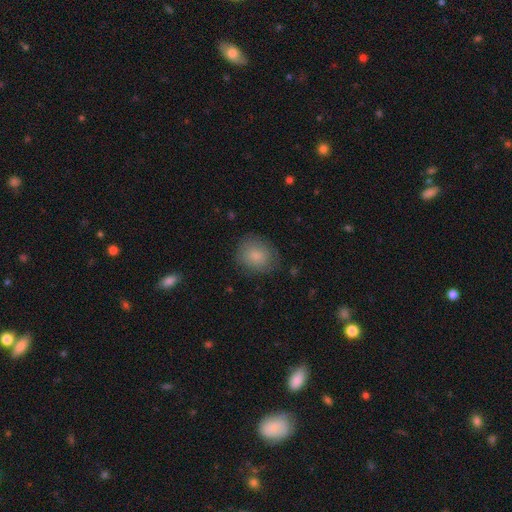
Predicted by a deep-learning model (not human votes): smooth_or_featured: smooth (p=0.82) [alt: featured or disk p=0.10]
how_rounded: round (p=0.70) [alt: in between p=0.29]
merging: none (p=0.78) [alt: minor disturbance p=0.16]